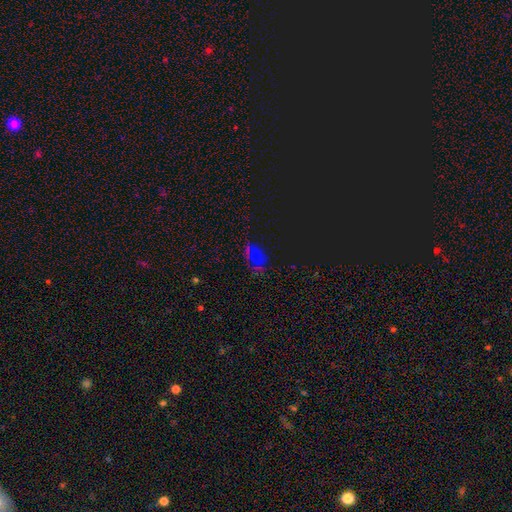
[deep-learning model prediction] Smooth or featured? Predicted: star or artifact (p=0.52).